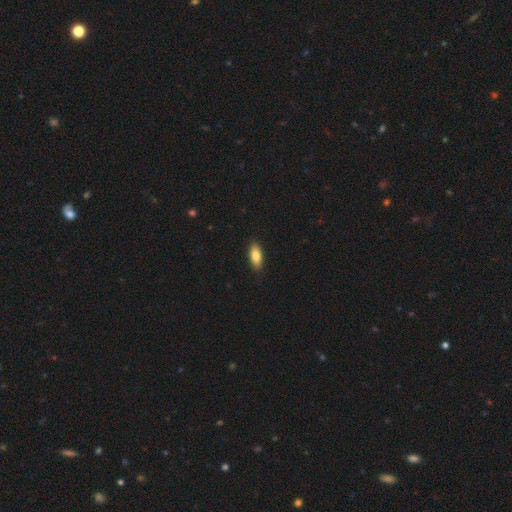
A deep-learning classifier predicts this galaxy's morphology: A smooth galaxy with no disk features (83%) that is in between round and cigar-shaped (83%). Merging: none (89%).